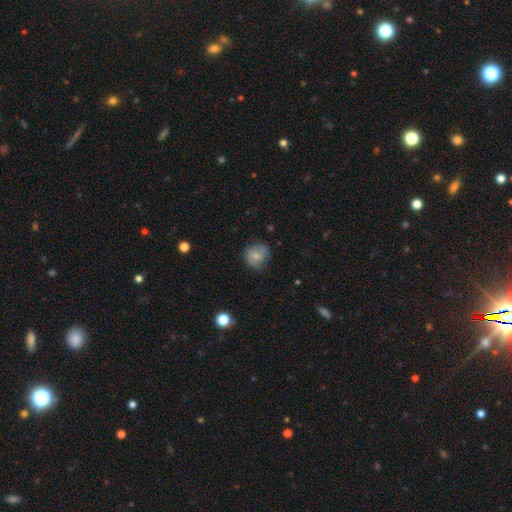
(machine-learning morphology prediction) Q: Smooth or featured?
A: smooth (67%); runner-up: featured or disk (24%)
Q: How rounded?
A: round (81%); runner-up: in between (18%)
Q: Merging?
A: none (68%); runner-up: minor disturbance (24%)